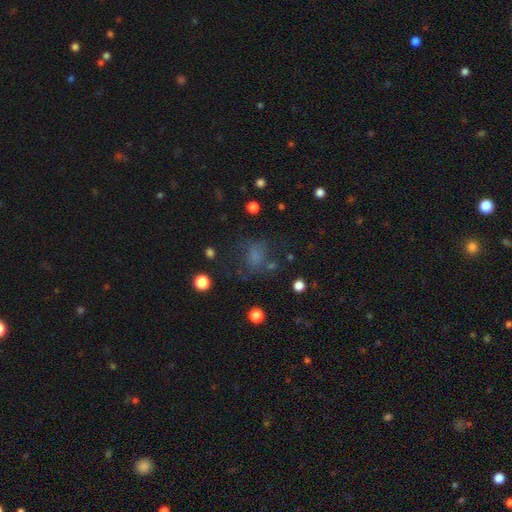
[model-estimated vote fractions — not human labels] The model was most divided on "how rounded": round: 54%, in between: 45%, cigar-shaped: 1%. More confident: smooth or featured — smooth (64%); merging — none (54%).